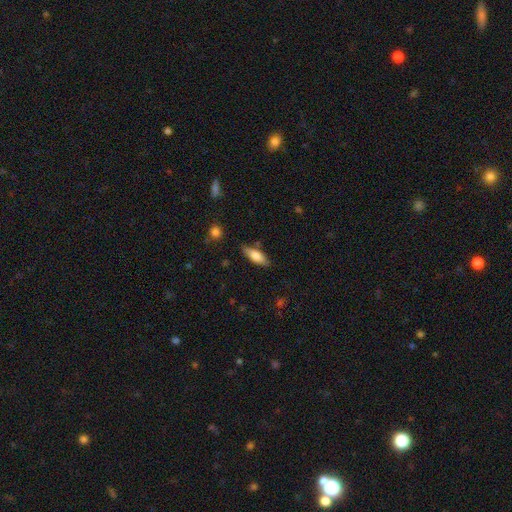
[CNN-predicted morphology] smooth 73%, featured or disk 21%, star or artifact 6%. Down the decision tree: how rounded — in between (62%); merging — none (81%).